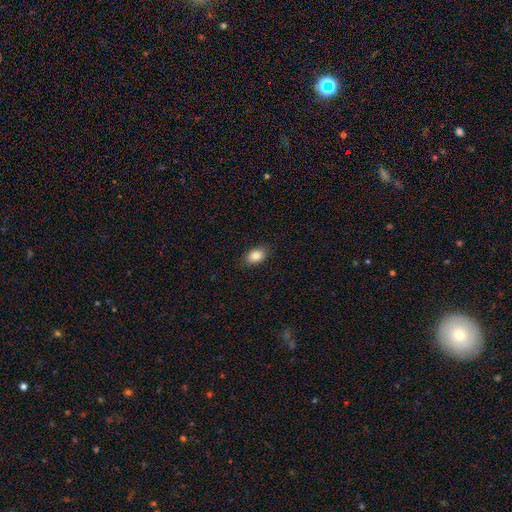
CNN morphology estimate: smooth_or_featured: smooth (p=0.85) [alt: star or artifact p=0.08]
how_rounded: in between (p=0.84) [alt: round p=0.14]
merging: none (p=0.85) [alt: minor disturbance p=0.11]